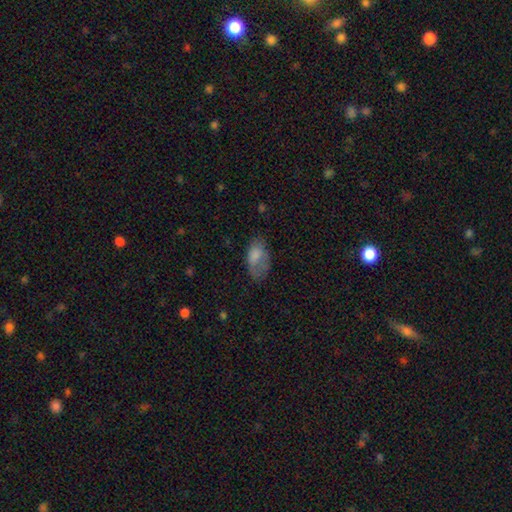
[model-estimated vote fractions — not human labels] smooth 77%, featured or disk 15%, star or artifact 8%. Down the decision tree: how rounded — in between (93%); merging — none (44%).